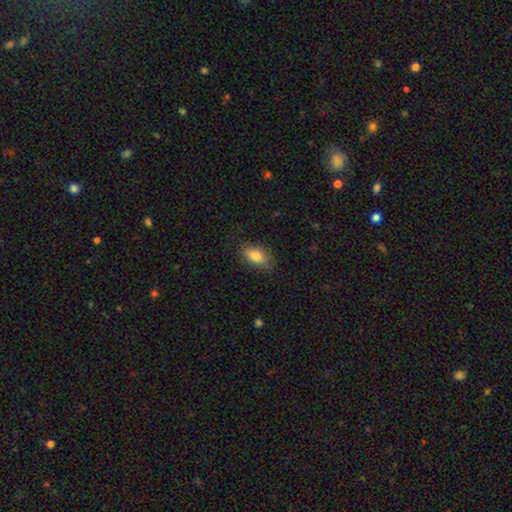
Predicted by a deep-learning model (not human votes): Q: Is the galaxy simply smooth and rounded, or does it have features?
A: smooth — 83%.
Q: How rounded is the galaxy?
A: in between — 90%.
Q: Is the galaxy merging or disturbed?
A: none — 81%.